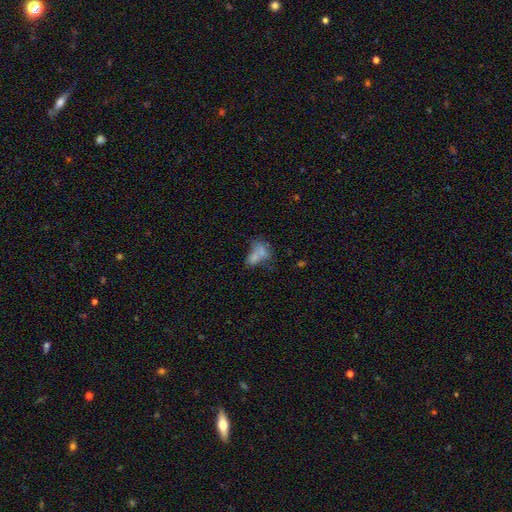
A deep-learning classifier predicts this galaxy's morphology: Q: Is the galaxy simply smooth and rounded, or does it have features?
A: smooth — 65%.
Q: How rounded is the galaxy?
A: in between — 79%.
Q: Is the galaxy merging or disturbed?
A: merger — 56%.